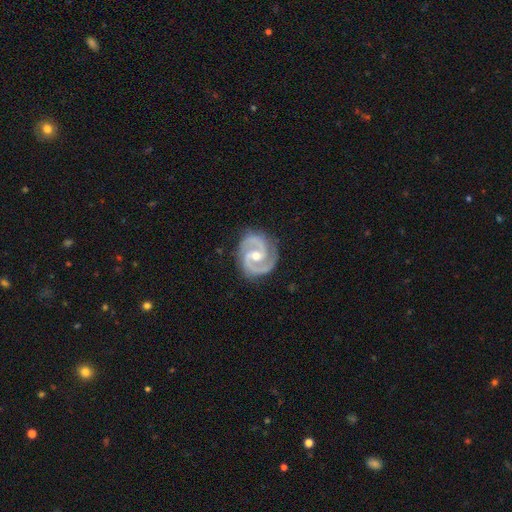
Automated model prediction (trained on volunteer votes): The model was most divided on "bar": weak: 44%, no: 39%, strong: 18%. More confident: spiral arms — yes (99%); edge-on disk — no (98%); spiral arm count — 2 (94%); smooth or featured — featured or disk (93%); merging — none (85%); bulge size — moderate (68%); spiral winding — medium (53%).